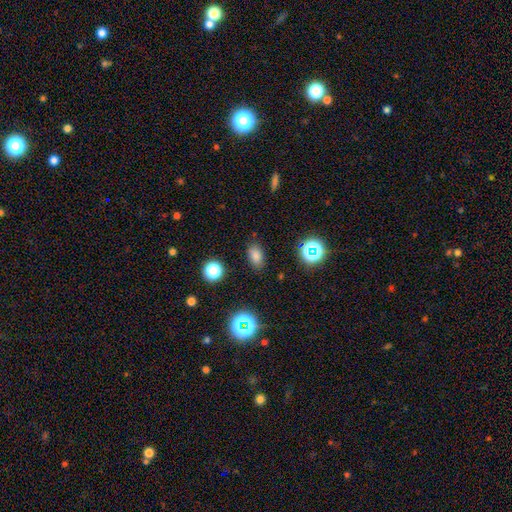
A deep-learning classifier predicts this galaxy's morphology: A smooth galaxy with no disk features (78%) that is in between round and cigar-shaped (85%).

Vote fractions:
- Smooth or featured? smooth: 78% / star or artifact: 16% / featured or disk: 6%
- How rounded? in between: 85% / round: 13% / cigar-shaped: 2%
- Merging? none: 85% / minor disturbance: 10% / major disturbance: 3% / merger: 2%